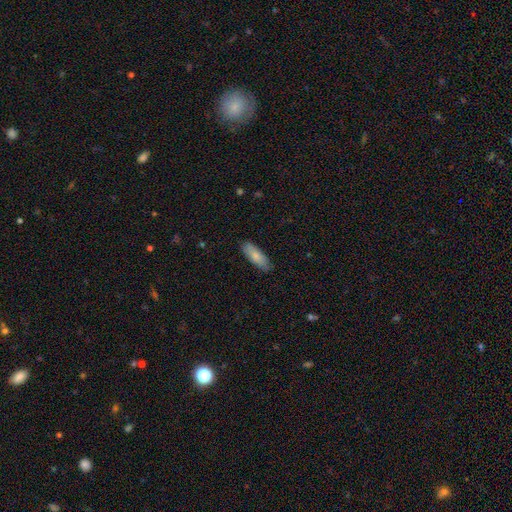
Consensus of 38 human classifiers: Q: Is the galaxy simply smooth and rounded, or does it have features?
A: smooth — 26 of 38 (68%).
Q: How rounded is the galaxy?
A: in between — 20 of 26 (77%).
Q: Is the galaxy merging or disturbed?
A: none — 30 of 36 (83%).